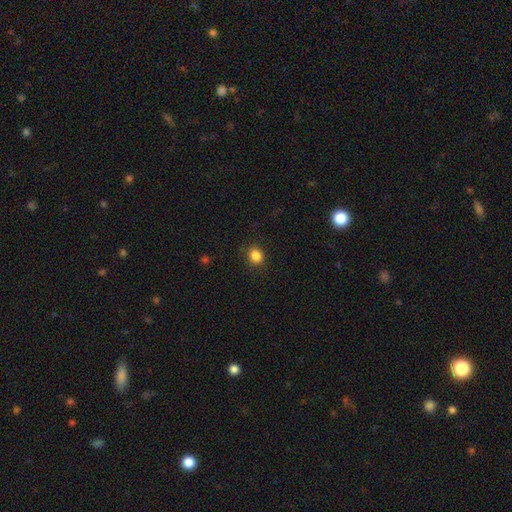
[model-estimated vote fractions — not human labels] Q: Smooth or featured?
A: smooth (85%); runner-up: star or artifact (11%)
Q: How rounded?
A: round (55%); runner-up: in between (44%)
Q: Merging?
A: none (85%); runner-up: minor disturbance (11%)